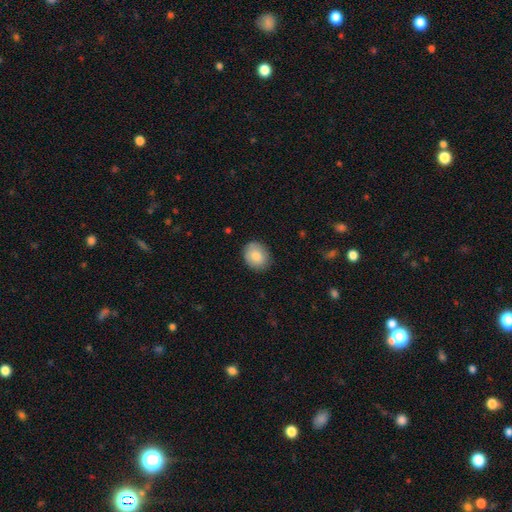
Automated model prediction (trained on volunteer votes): smooth 84%, featured or disk 9%, star or artifact 7%. Down the decision tree: how rounded — round (56%); merging — none (85%).